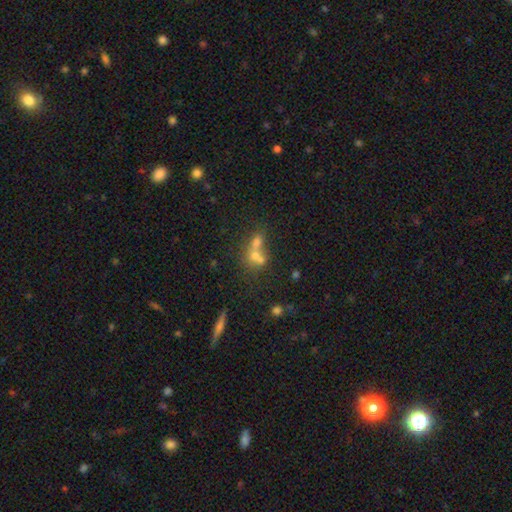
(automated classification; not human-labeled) A smooth galaxy with no disk features (55%) that is round (58%).

Vote fractions:
- Smooth or featured? smooth: 55% / featured or disk: 25% / star or artifact: 20%
- How rounded? round: 58% / in between: 38% / cigar-shaped: 4%
- Merging? merger: 64% / none: 25% / minor disturbance: 6% / major disturbance: 4%